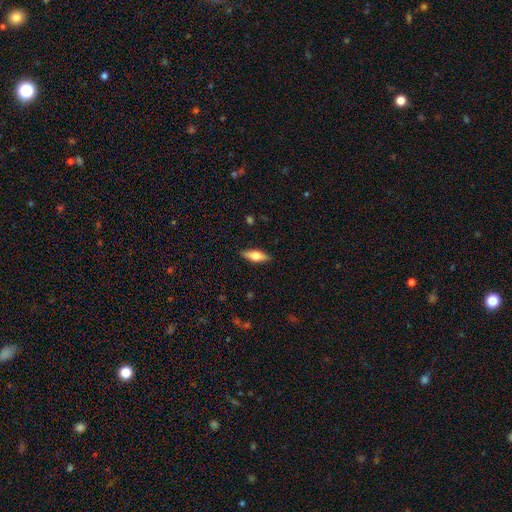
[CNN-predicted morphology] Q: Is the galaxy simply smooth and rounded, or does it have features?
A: smooth — 48%.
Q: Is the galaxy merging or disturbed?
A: none — 88%.